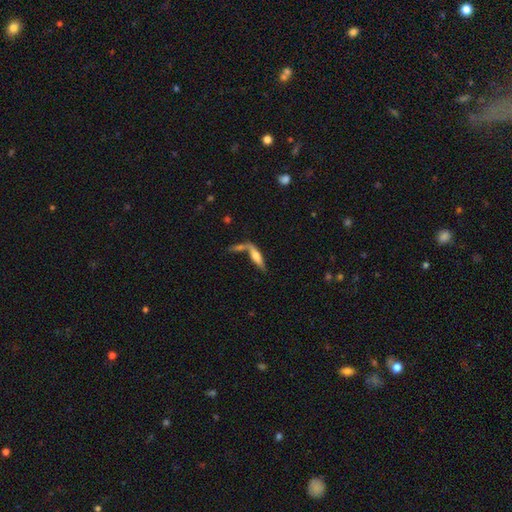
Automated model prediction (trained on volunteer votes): Smooth or featured? smooth (48%)
Merging? none (45%)